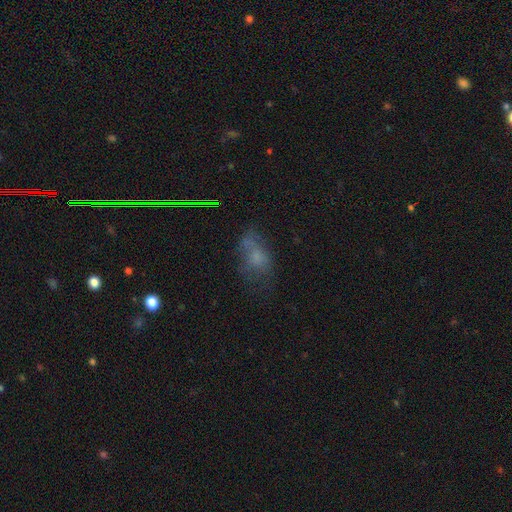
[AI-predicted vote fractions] smooth-or-featured: smooth: 55% | featured or disk: 25% | star or artifact: 20%
  how-rounded: in between: 82% | round: 12% | cigar-shaped: 6%
  merging: none: 43% | minor disturbance: 26% | major disturbance: 25% | merger: 6%